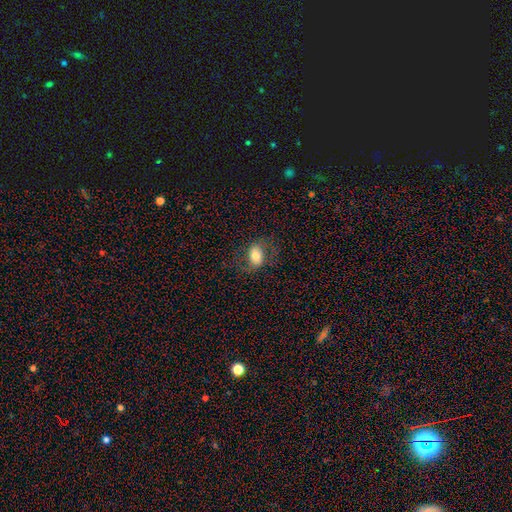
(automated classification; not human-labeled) Smooth or featured: smooth — 58% (featured or disk — 33%)
How rounded: in between — 80% (round — 18%)
Merging: none — 70% (minor disturbance — 16%)